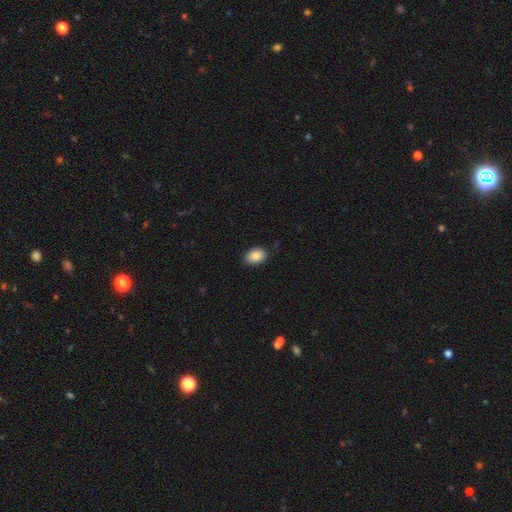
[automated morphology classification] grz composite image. It shows a smooth galaxy with no disk features (88%) that is in between round and cigar-shaped (79%). Merging: none (85%).